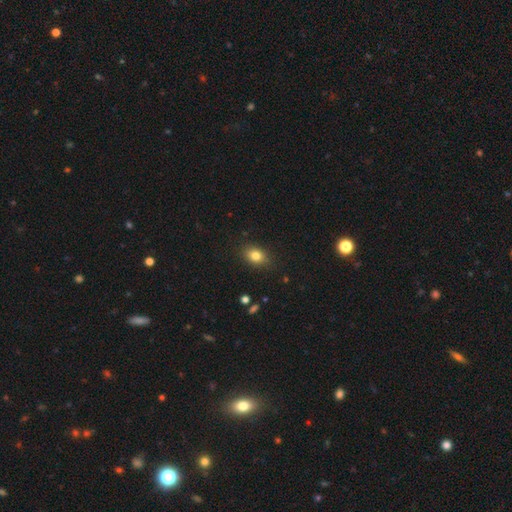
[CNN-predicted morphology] This appears to be a smooth galaxy with no disk features (81%) that is in between round and cigar-shaped (68%). Merging: none (84%).